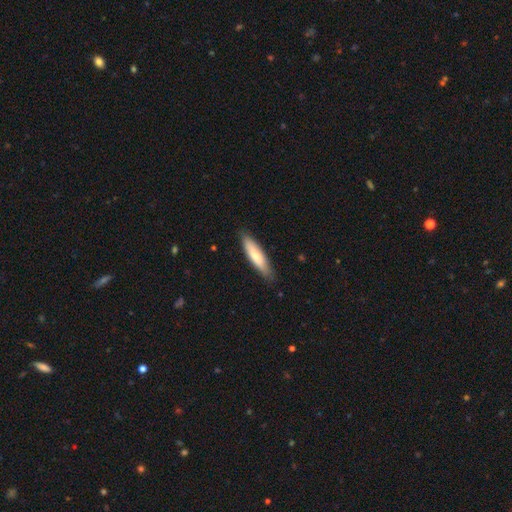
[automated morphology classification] The model was most divided on "how rounded": cigar-shaped: 71%, in between: 27%, round: 1%. More confident: merging — none (86%); smooth or featured — smooth (71%).